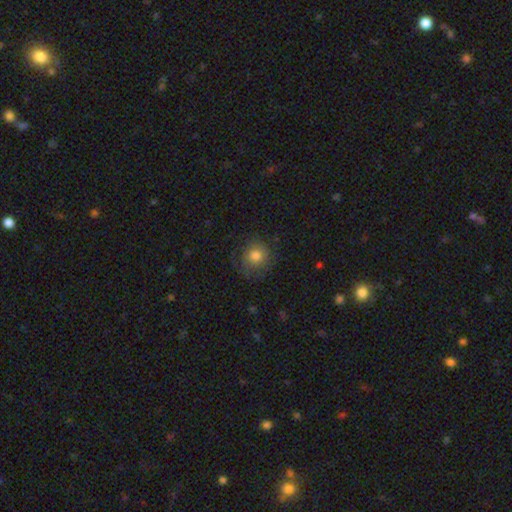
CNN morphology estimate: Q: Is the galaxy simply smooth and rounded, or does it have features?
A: smooth — 77%.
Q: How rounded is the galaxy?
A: round — 87%.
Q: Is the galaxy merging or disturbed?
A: none — 75%.